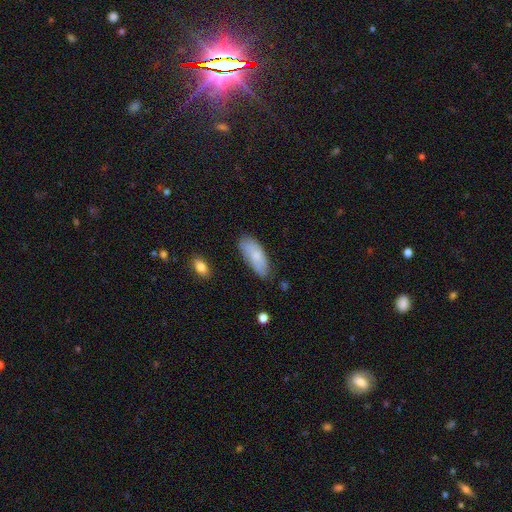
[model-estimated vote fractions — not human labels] A smooth galaxy with no disk features (76%) that is in between round and cigar-shaped (82%). Merging: none (68%).